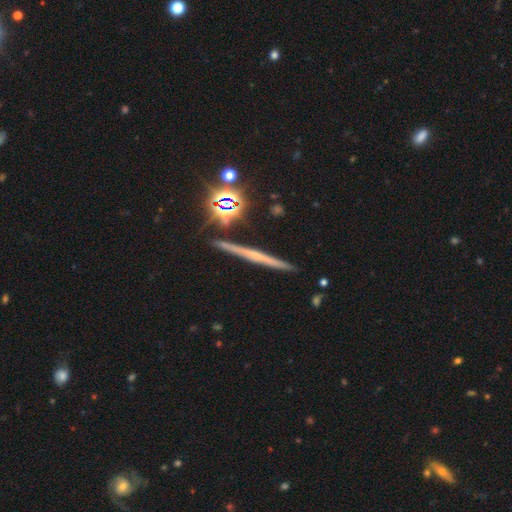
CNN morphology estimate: smooth-or-featured: featured or disk: 56% | smooth: 26% | star or artifact: 19%
  disk-edge-on: yes: 97% | no: 3%
    edge-on-bulge: none: 63% | rounded: 29% | boxy: 8%
  merging: none: 89% | minor disturbance: 7% | merger: 3% | major disturbance: 2%